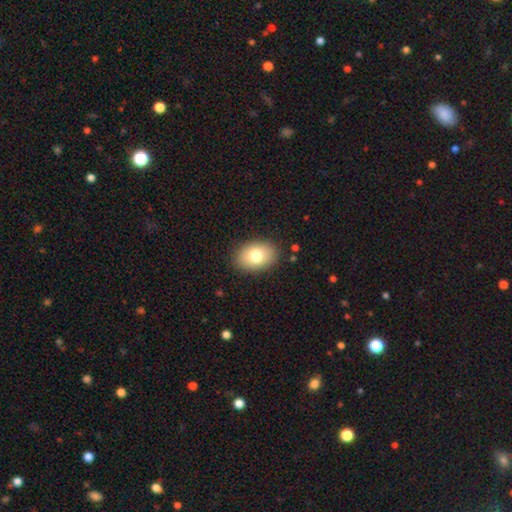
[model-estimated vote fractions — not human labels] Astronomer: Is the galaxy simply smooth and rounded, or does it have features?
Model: smooth — 77%.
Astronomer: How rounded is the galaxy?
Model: in between — 80%.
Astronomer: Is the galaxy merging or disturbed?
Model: none — 87%.